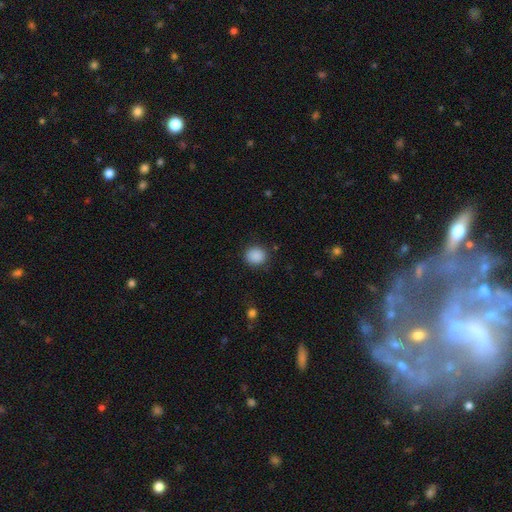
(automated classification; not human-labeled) smooth_or_featured: smooth (p=0.89) [alt: star or artifact p=0.09]
how_rounded: round (p=0.84) [alt: in between p=0.15]
merging: none (p=0.88) [alt: minor disturbance p=0.08]